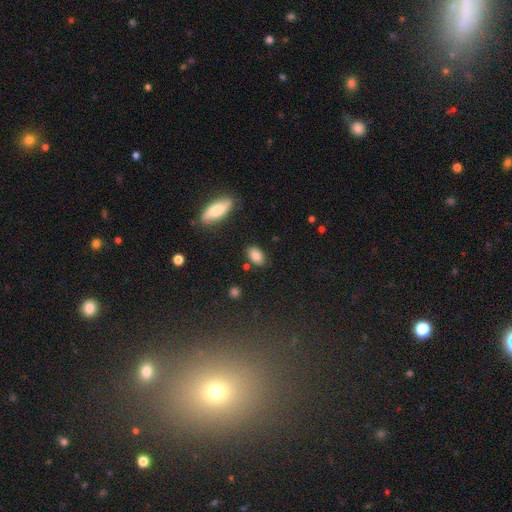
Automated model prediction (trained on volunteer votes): smooth 84%, star or artifact 9%, featured or disk 7%. Down the decision tree: how rounded — in between (89%); merging — none (83%).